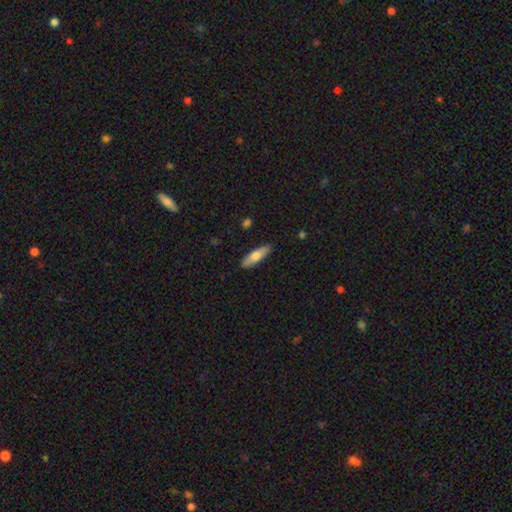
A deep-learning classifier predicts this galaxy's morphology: Q: Smooth or featured?
A: smooth (69%); runner-up: featured or disk (26%)
Q: How rounded?
A: cigar-shaped (61%); runner-up: in between (37%)
Q: Merging?
A: none (87%); runner-up: minor disturbance (10%)